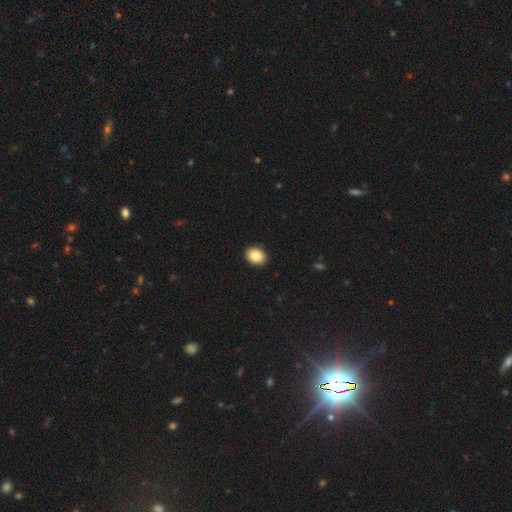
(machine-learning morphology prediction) Smooth or featured? smooth (85%)
How rounded? in between (58%)
Merging? none (92%)